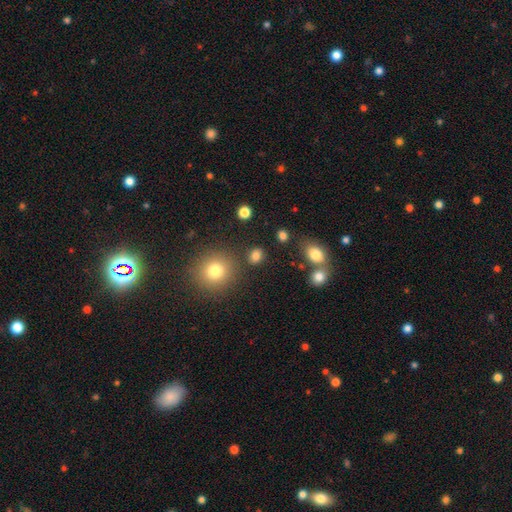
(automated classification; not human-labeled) Smooth or featured? Predicted: smooth (p=0.80). How rounded? Predicted: round (p=0.65). Merging? Predicted: none (p=0.82).